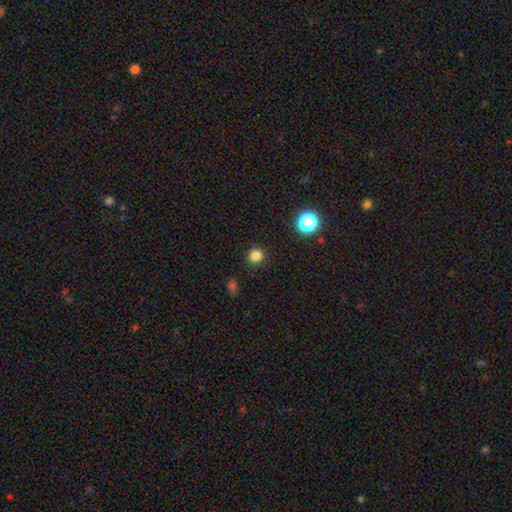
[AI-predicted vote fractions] Overall: smooth (82%). How rounded: round (93%). Merging: none (91%).